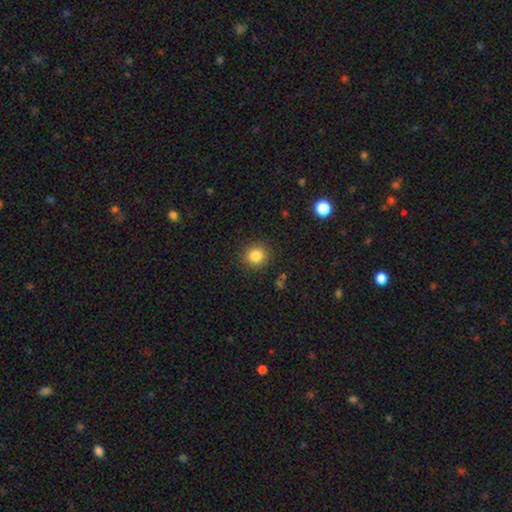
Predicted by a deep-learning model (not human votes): The model was most divided on "smooth or featured": smooth: 83%, star or artifact: 11%, featured or disk: 6%. More confident: how rounded — round (91%); merging — none (89%).